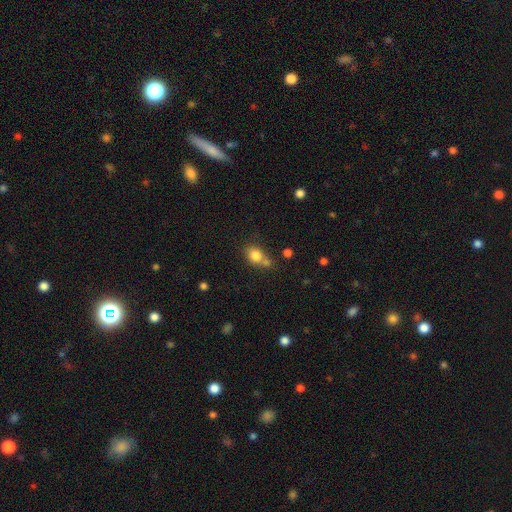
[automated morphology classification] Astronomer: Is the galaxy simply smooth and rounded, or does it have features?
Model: smooth — 80%.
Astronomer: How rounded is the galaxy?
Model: round — 52% (runner-up: in between, 47%).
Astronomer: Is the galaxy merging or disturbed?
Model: none — 46% (runner-up: merger, 33%).